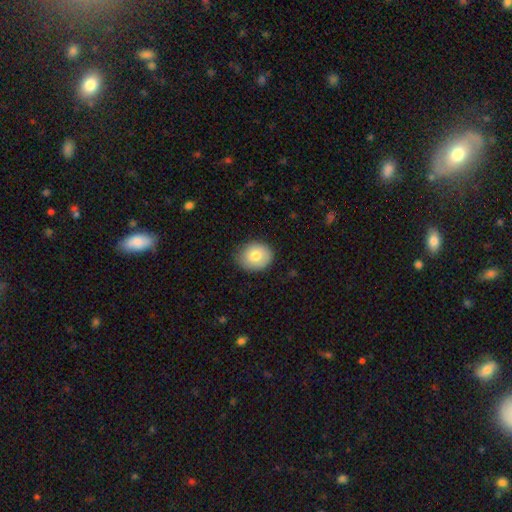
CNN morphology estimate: The model was most divided on "how rounded": round: 60%, in between: 39%, cigar-shaped: 1%. More confident: merging — none (80%); smooth or featured — smooth (79%).